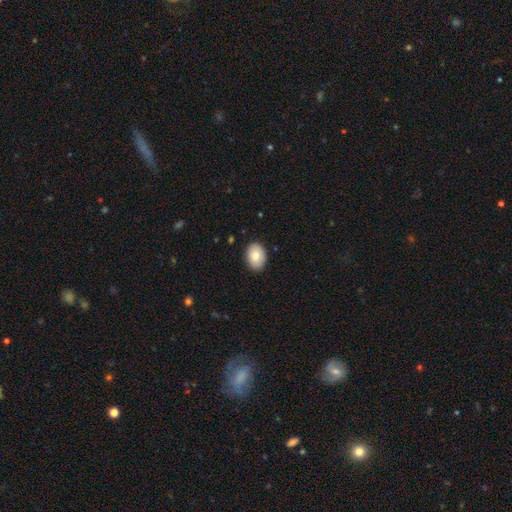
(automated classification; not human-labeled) This appears to be a smooth galaxy with no disk features (84%) that is in between round and cigar-shaped (79%). Merging: none (88%).